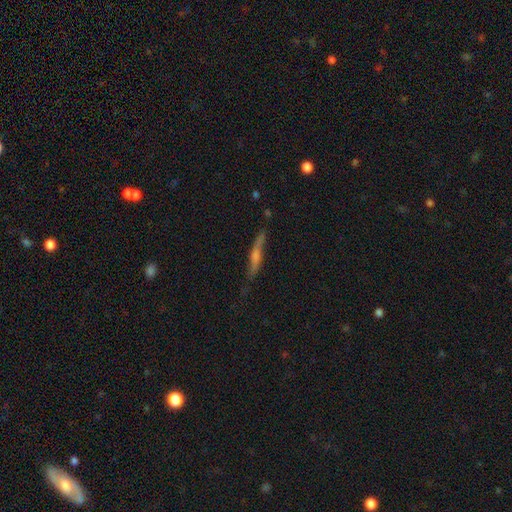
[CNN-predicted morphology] featured or disk 61%, smooth 31%, star or artifact 8%. Down the decision tree: edge-on disk — yes (84%); edge-on bulge — rounded (63%); merging — none (70%).